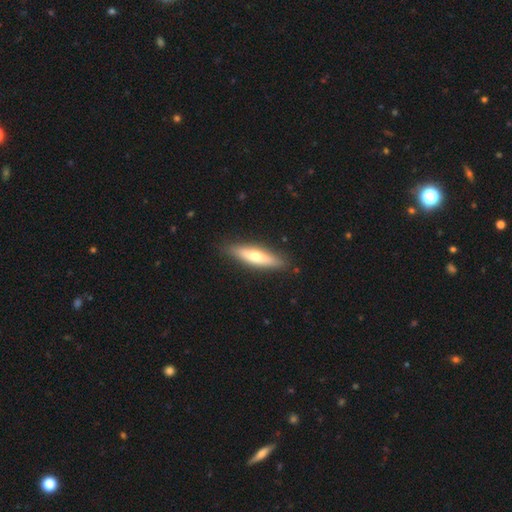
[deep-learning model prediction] A smooth galaxy with no disk features (55%) that is cigar-shaped (71%).

Vote fractions:
- Smooth or featured? smooth: 55% / featured or disk: 39% / star or artifact: 6%
- How rounded? cigar-shaped: 71% / in between: 27% / round: 2%
- Merging? none: 88% / minor disturbance: 9% / major disturbance: 2% / merger: 1%